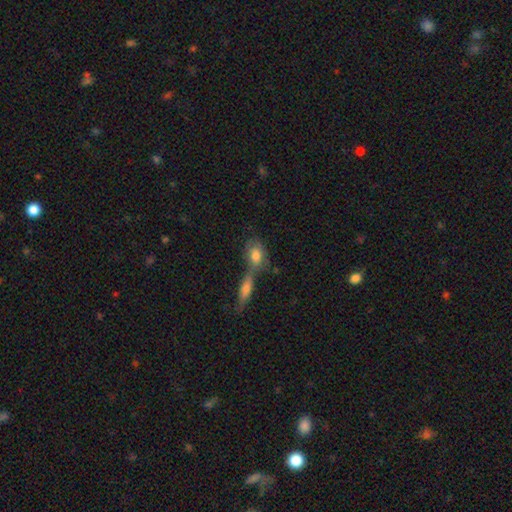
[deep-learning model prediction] Smooth or featured?
  - smooth: 74% *
  - featured or disk: 18%
  - star or artifact: 8%
How rounded?
  - in between: 76% *
  - round: 17%
  - cigar-shaped: 7%
Merging?
  - merger: 48% *
  - none: 36%
  - minor disturbance: 12%
  - major disturbance: 5%